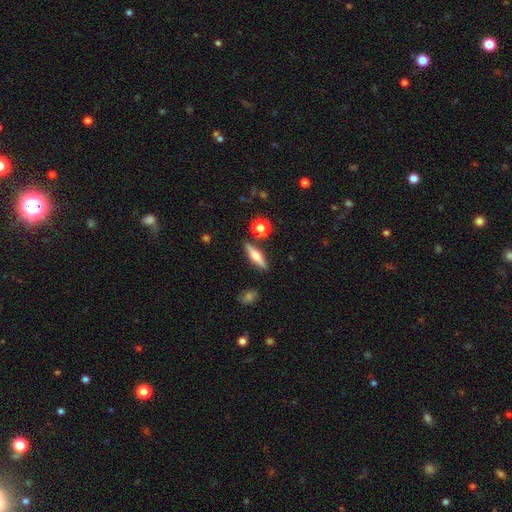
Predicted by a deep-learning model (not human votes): Smooth or featured? Predicted: featured or disk (p=0.57). Edge-on disk? Predicted: yes (p=0.96). Edge-on bulge? Predicted: rounded (p=0.91). Merging? Predicted: none (p=0.86).